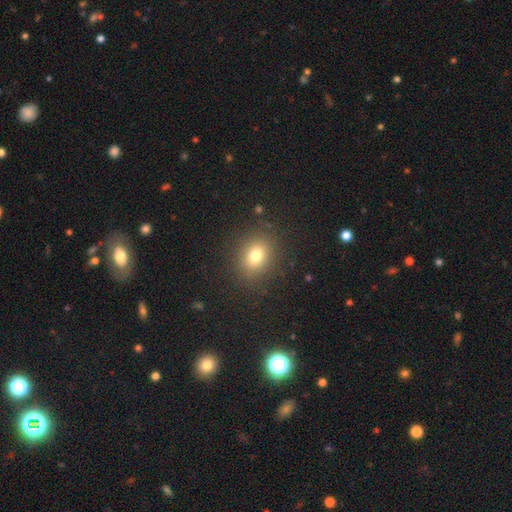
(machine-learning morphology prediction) The model was most divided on "how rounded": round: 54%, in between: 45%, cigar-shaped: 1%. More confident: merging — none (87%); smooth or featured — smooth (75%).